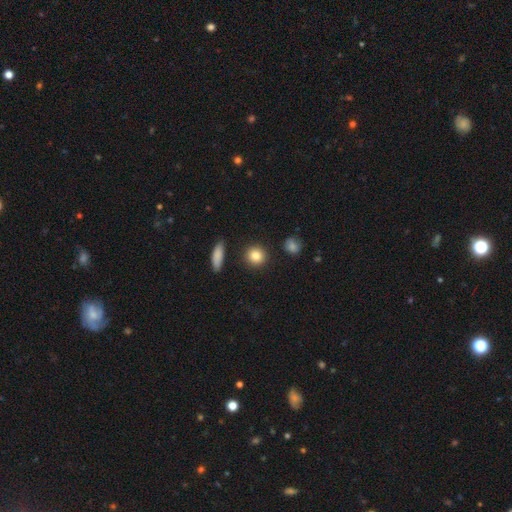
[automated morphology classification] smooth-or-featured: smooth: 85% | star or artifact: 9% | featured or disk: 6%
  how-rounded: round: 88% | in between: 10% | cigar-shaped: 2%
  merging: none: 89% | minor disturbance: 6% | merger: 2% | major disturbance: 2%